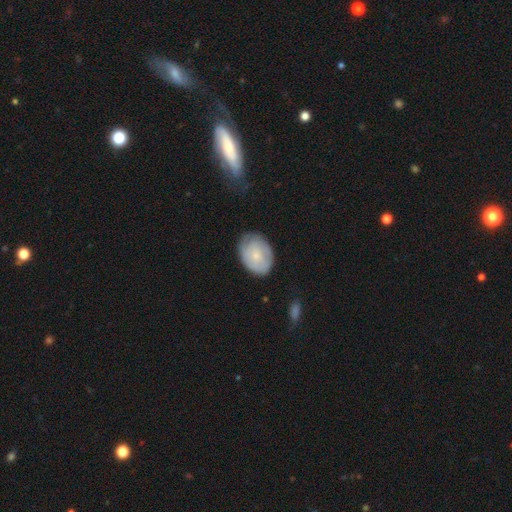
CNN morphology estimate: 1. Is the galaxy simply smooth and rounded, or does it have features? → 60% smooth, 34% featured or disk, 6% star or artifact.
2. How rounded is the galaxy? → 72% in between, 27% round, 1% cigar-shaped.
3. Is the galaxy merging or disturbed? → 71% none, 22% minor disturbance, 6% major disturbance, 1% merger.